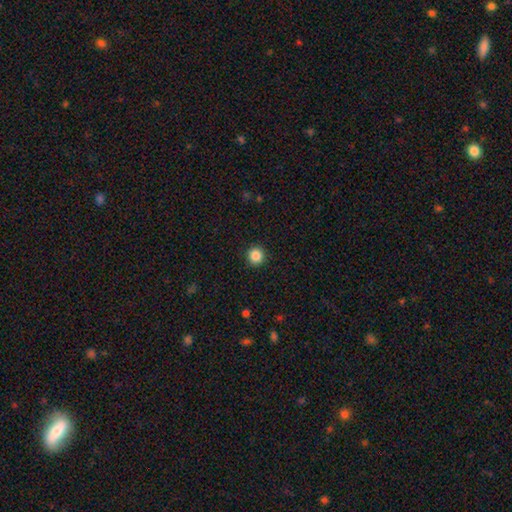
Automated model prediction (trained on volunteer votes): The model was most divided on "smooth or featured": smooth: 86%, star or artifact: 10%, featured or disk: 4%. More confident: how rounded — round (94%); merging — none (92%).